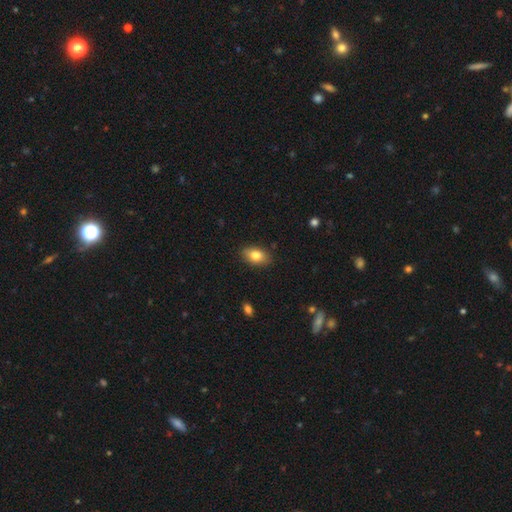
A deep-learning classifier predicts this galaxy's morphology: This appears to be a smooth galaxy with no disk features (80%) that is in between round and cigar-shaped (89%). Merging: none (87%).